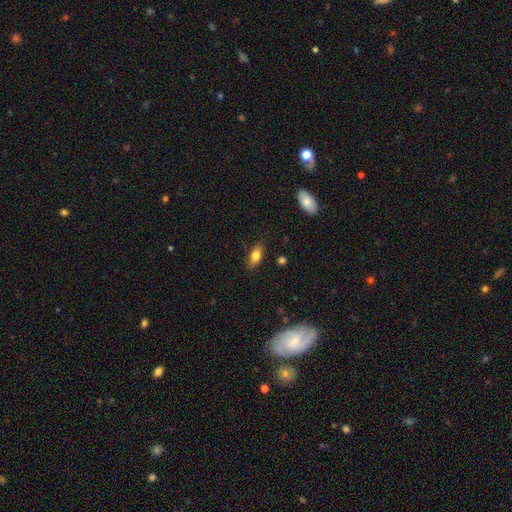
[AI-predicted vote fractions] A smooth galaxy with no disk features (78%) that is in between round and cigar-shaped (84%). Merging: none (82%).